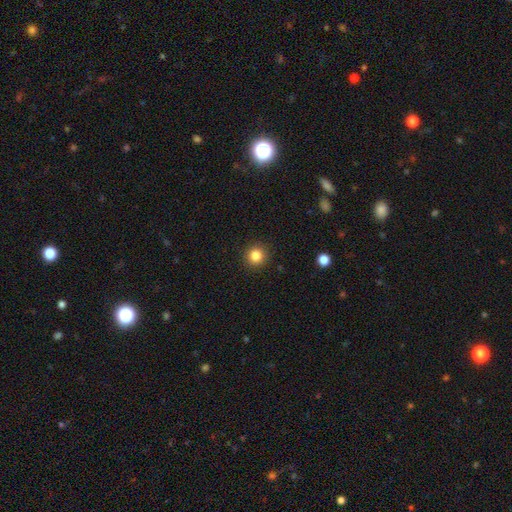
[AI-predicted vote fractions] A smooth galaxy with no disk features (84%) that is round (93%).

Vote fractions:
- Smooth or featured? smooth: 84% / star or artifact: 11% / featured or disk: 5%
- How rounded? round: 93% / in between: 6% / cigar-shaped: 1%
- Merging? none: 92% / minor disturbance: 6% / major disturbance: 2% / merger: 1%